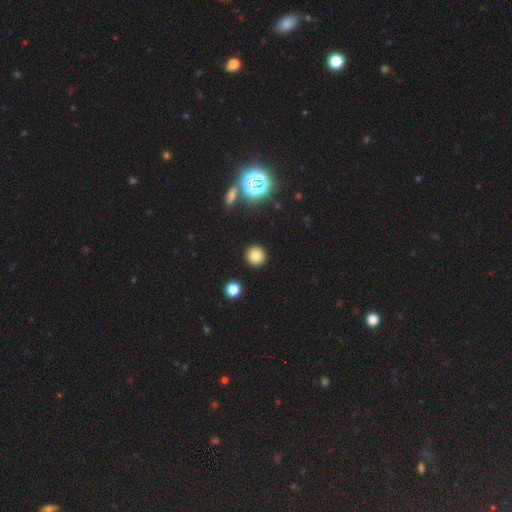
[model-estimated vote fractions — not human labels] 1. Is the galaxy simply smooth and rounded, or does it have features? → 79% smooth, 14% star or artifact, 7% featured or disk.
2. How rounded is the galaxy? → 93% round, 6% in between, 1% cigar-shaped.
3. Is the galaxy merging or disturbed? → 91% none, 5% minor disturbance, 2% major disturbance, 2% merger.